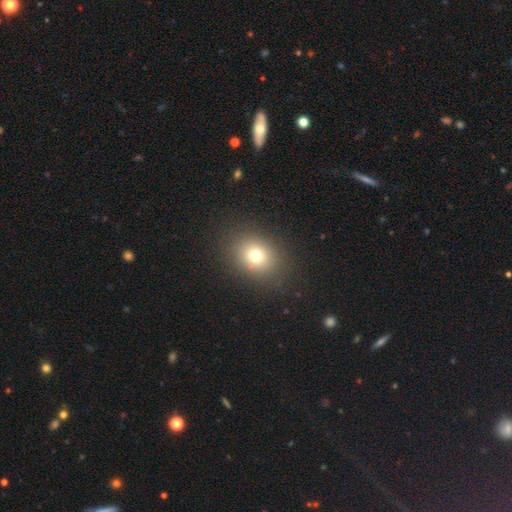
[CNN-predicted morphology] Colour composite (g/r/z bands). It shows a smooth galaxy with no disk features (73%) that is round (57%). Merging: none (87%).